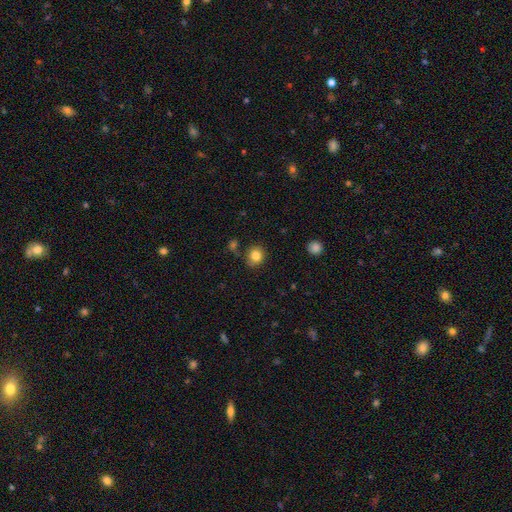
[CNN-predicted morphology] Overall: smooth (83%). How rounded: round (79%). Merging: none (80%).